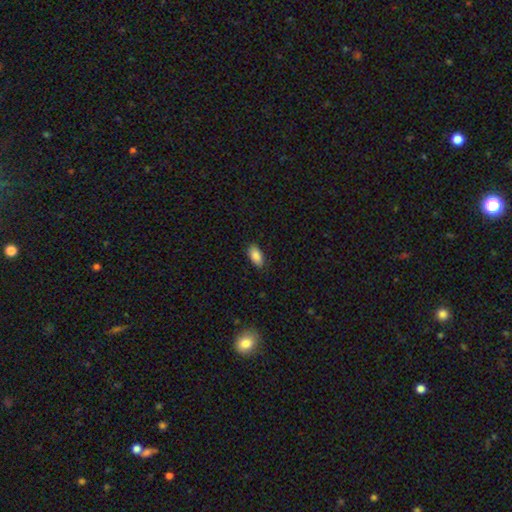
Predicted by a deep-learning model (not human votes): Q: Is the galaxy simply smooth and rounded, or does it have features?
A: smooth — 87%.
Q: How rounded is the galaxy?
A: in between — 93%.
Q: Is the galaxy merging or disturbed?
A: none — 86%.